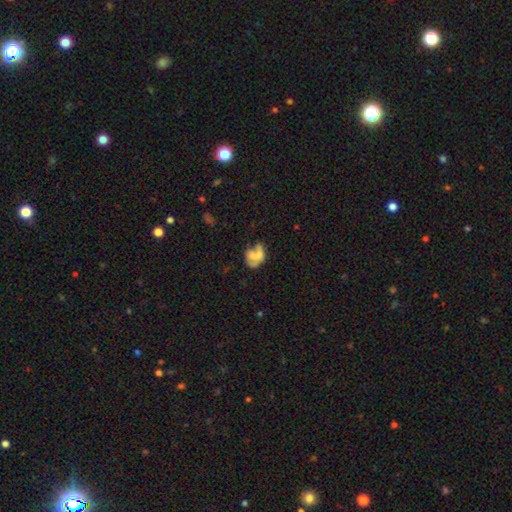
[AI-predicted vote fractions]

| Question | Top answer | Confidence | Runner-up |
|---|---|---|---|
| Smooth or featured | smooth | 48% | featured or disk (40%) |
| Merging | merger | 44% | none (25%) |